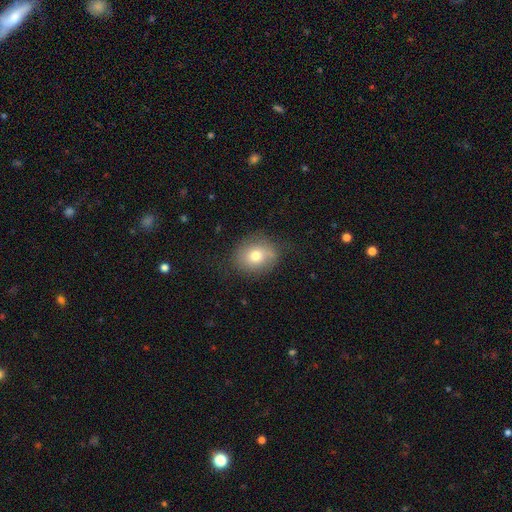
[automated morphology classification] The model was most divided on "how rounded": round: 66%, in between: 34%, cigar-shaped: 1%. More confident: smooth or featured — smooth (71%); merging — none (70%).